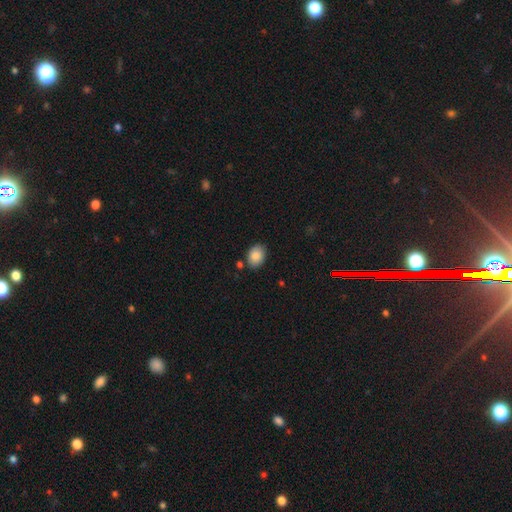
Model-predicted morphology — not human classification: smooth 87%, star or artifact 7%, featured or disk 5%. Down the decision tree: how rounded — in between (73%); merging — none (81%).